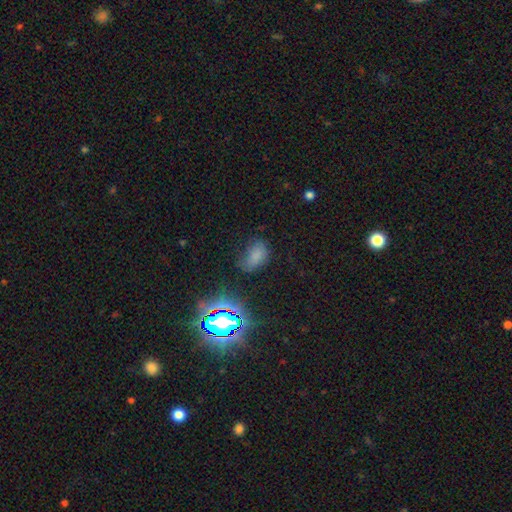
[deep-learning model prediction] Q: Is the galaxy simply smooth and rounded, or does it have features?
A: smooth — 65%.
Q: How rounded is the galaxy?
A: in between — 87%.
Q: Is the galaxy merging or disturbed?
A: none — 50%.